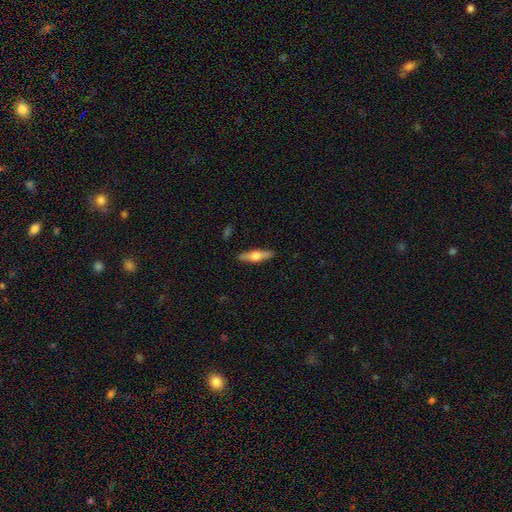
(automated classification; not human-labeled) A featured or disk galaxy (50%) viewed edge-on (93%).

Vote fractions:
- Smooth or featured? featured or disk: 50% / smooth: 44% / star or artifact: 6%
- Edge-on disk? yes: 93% / no: 7%
- Merging? none: 89% / minor disturbance: 8% / major disturbance: 2% / merger: 1%